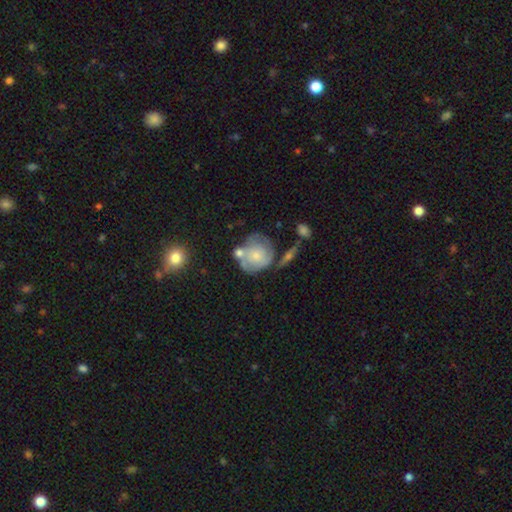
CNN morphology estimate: Q: Smooth or featured?
A: featured or disk (53%); runner-up: smooth (40%)
Q: Edge-on disk?
A: no (97%); runner-up: yes (3%)
Q: Bar?
A: no (81%); runner-up: weak (16%)
Q: Spiral arms?
A: yes (67%); runner-up: no (33%)
Q: Bulge size?
A: small (58%); runner-up: moderate (32%)
Q: Merging?
A: none (44%); runner-up: minor disturbance (22%)